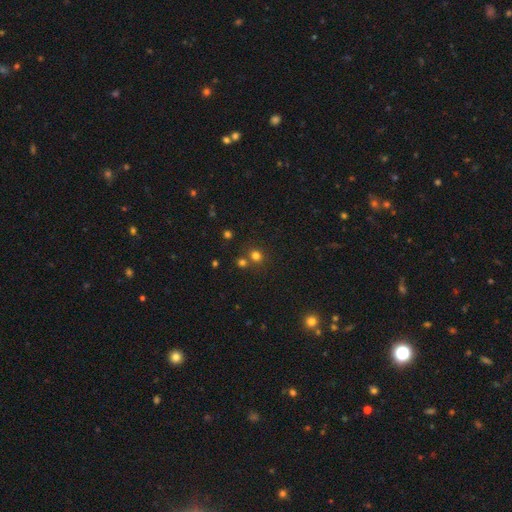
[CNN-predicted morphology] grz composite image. It shows a smooth galaxy with no disk features (74%) that is round (83%). Merging: none (67%).